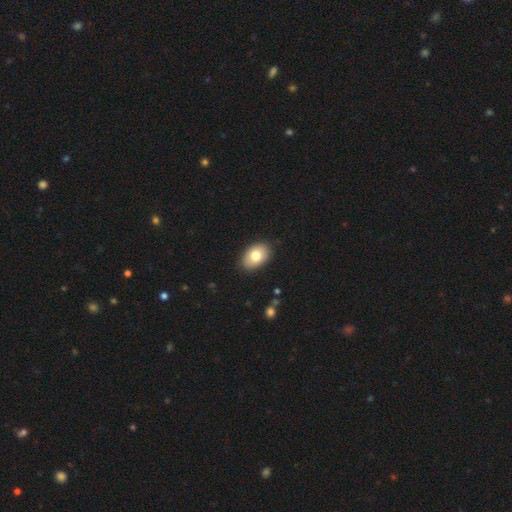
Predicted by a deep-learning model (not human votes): Overall: smooth (78%). How rounded: in between (87%). Merging: none (87%).